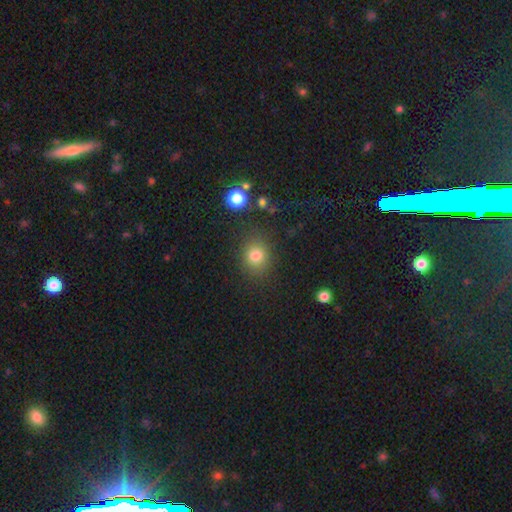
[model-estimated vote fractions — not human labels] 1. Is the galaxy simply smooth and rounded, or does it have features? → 78% smooth, 15% star or artifact, 7% featured or disk.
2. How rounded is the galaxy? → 65% round, 34% in between, 1% cigar-shaped.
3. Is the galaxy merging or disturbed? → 81% none, 12% minor disturbance, 4% major disturbance, 3% merger.